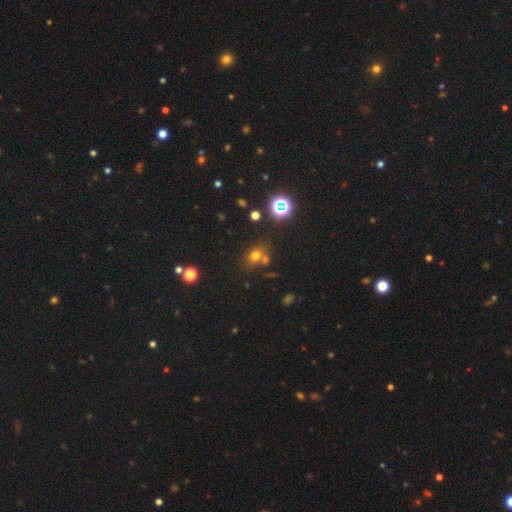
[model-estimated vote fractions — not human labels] The model was most divided on "how rounded": round: 66%, in between: 33%, cigar-shaped: 1%. More confident: smooth or featured — smooth (64%); merging — none (59%).